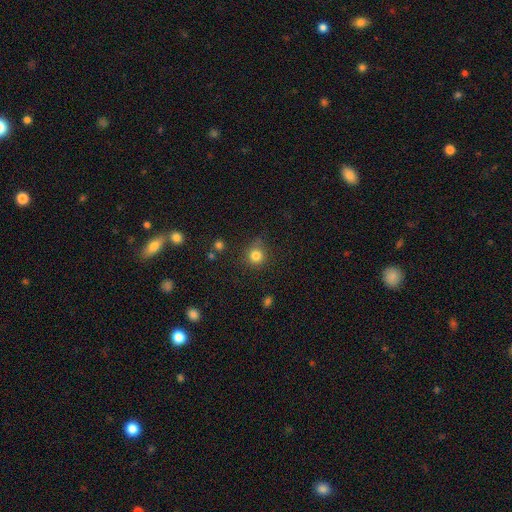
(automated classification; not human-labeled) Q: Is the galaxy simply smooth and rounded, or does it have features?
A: smooth — 82%.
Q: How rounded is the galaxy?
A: round — 91%.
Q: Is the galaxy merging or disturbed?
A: none — 78%.